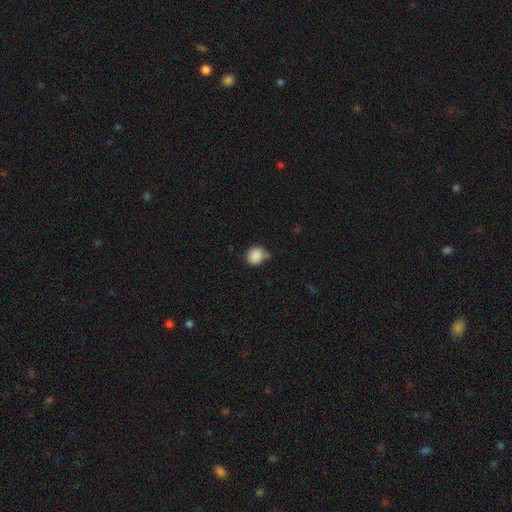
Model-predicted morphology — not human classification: Smooth or featured?
  - smooth: 87% *
  - star or artifact: 9%
  - featured or disk: 4%
How rounded?
  - round: 74% *
  - in between: 25%
  - cigar-shaped: 1%
Merging?
  - none: 63% *
  - minor disturbance: 22%
  - merger: 10%
  - major disturbance: 5%